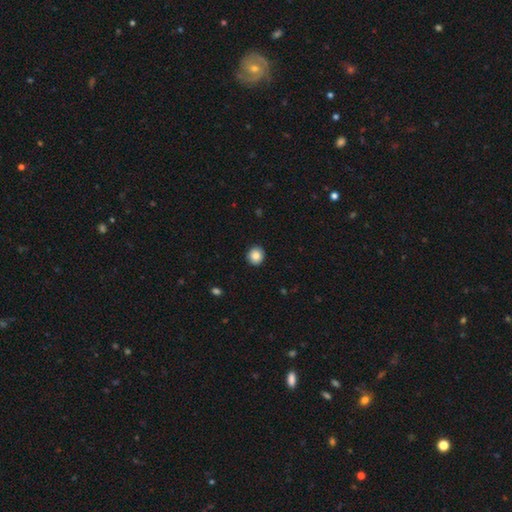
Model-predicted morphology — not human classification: Smooth or featured: smooth — 87% (star or artifact — 9%)
How rounded: round — 87% (in between — 12%)
Merging: none — 91% (minor disturbance — 6%)